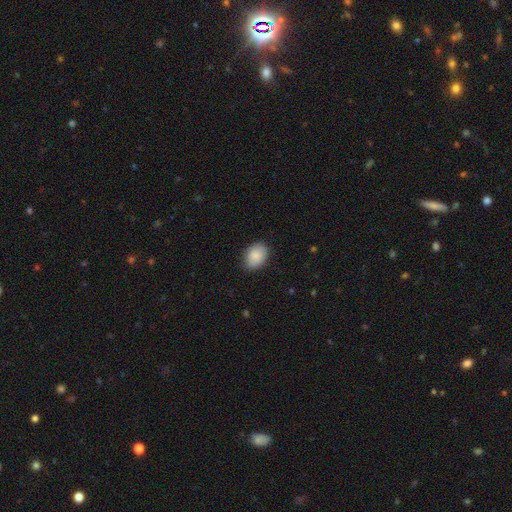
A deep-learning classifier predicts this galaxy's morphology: The model was most divided on "how rounded": in between: 76%, round: 23%, cigar-shaped: 1%. More confident: smooth or featured — smooth (87%); merging — none (81%).